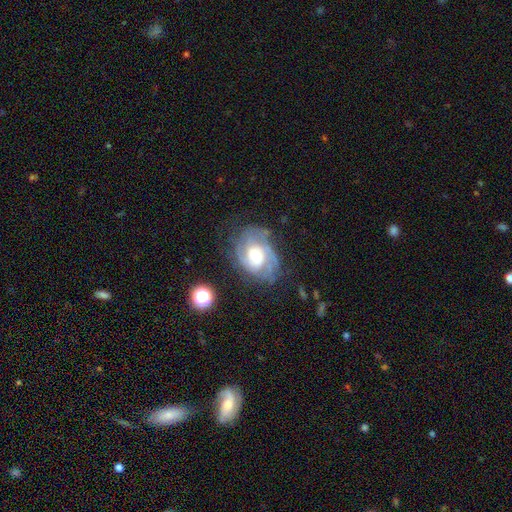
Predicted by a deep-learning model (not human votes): Q: Smooth or featured?
A: featured or disk (81%); runner-up: smooth (12%)
Q: Edge-on disk?
A: no (97%); runner-up: yes (3%)
Q: Bar?
A: no (56%); runner-up: weak (37%)
Q: Spiral arms?
A: yes (93%); runner-up: no (7%)
Q: Spiral winding?
A: tight (52%); runner-up: medium (38%)
Q: Spiral arm count?
A: 2 (34%); runner-up: can't tell (29%)
Q: Bulge size?
A: moderate (61%); runner-up: small (21%)
Q: Merging?
A: none (64%); runner-up: minor disturbance (22%)